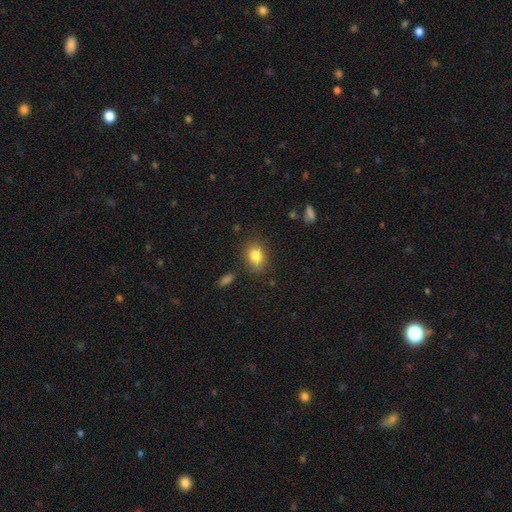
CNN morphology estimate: Smooth or featured?
  - smooth: 83% *
  - star or artifact: 9%
  - featured or disk: 8%
How rounded?
  - in between: 61% *
  - round: 38%
  - cigar-shaped: 1%
Merging?
  - none: 77% *
  - minor disturbance: 16%
  - major disturbance: 4%
  - merger: 3%